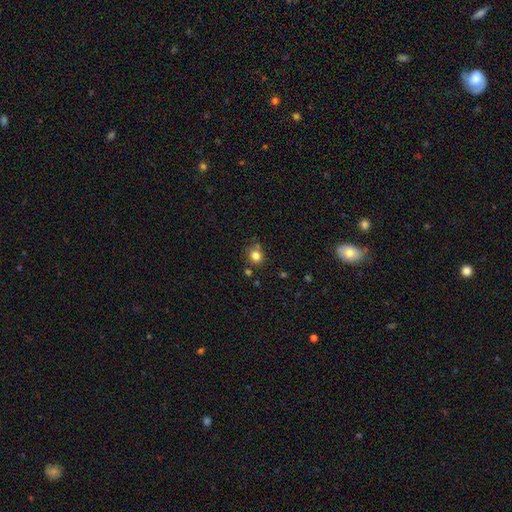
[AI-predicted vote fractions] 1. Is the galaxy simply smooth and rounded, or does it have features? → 81% smooth, 13% star or artifact, 6% featured or disk.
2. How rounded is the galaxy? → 82% round, 17% in between, 1% cigar-shaped.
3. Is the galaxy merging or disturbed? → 73% none, 14% minor disturbance, 9% merger, 4% major disturbance.